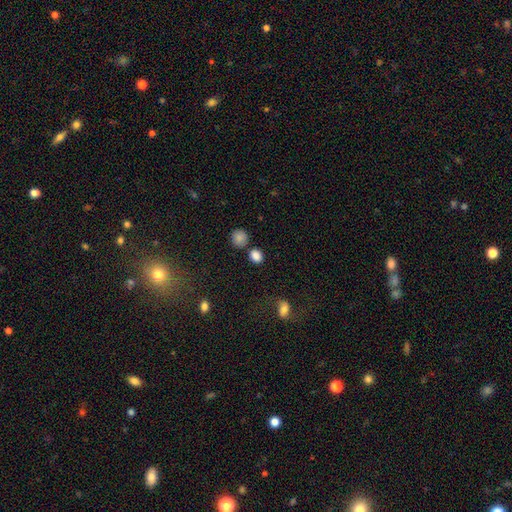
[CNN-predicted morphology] A smooth galaxy with no disk features (85%) that is round (53%).

Vote fractions:
- Smooth or featured? smooth: 85% / star or artifact: 11% / featured or disk: 4%
- How rounded? round: 53% / in between: 45% / cigar-shaped: 1%
- Merging? none: 73% / merger: 12% / minor disturbance: 11% / major disturbance: 4%